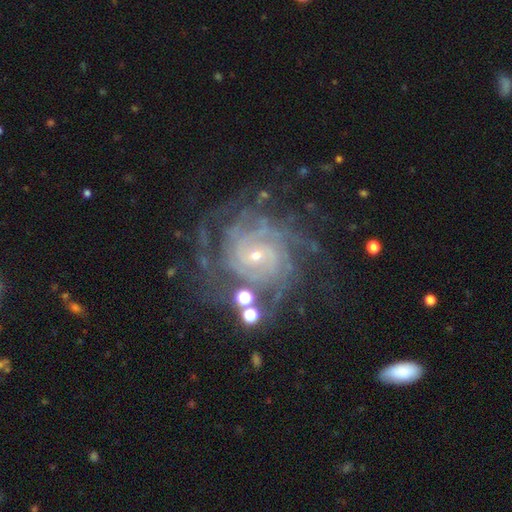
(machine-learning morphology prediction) smooth-or-featured: featured or disk: 88% | star or artifact: 7% | smooth: 5%
  disk-edge-on: no: 98% | yes: 2%
    bar: no: 60% | weak: 31% | strong: 9%
    has-spiral-arms: yes: 97% | no: 3%
      spiral-winding: tight: 70% | medium: 25% | loose: 5%
      spiral-arm-count: can't tell: 29% | 4: 22% | 3: 16% | more than 4: 14% | 2: 13% | 1: 7%
    bulge-size: small: 79% | moderate: 17% | none: 2% | large: 1% | dominant: 1%
  merging: none: 66% | minor disturbance: 18% | major disturbance: 13% | merger: 4%